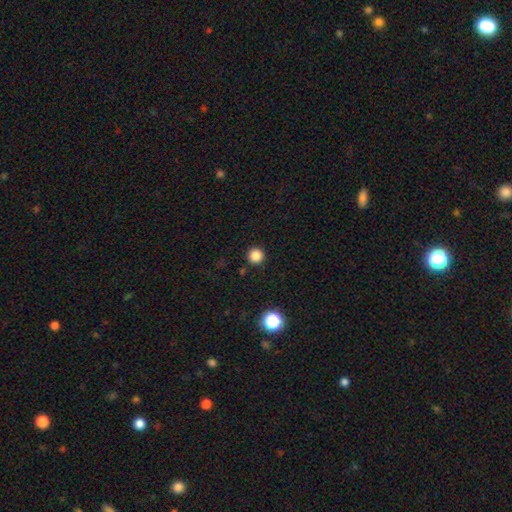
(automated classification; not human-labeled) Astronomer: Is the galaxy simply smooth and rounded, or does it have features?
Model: smooth — 84%.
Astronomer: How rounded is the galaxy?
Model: round — 96%.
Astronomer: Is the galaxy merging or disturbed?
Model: none — 92%.